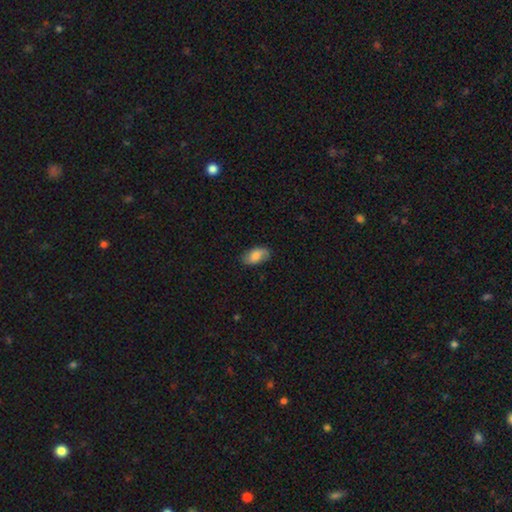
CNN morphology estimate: This appears to be a smooth galaxy with no disk features (77%) that is in between round and cigar-shaped (93%). Merging: none (81%).